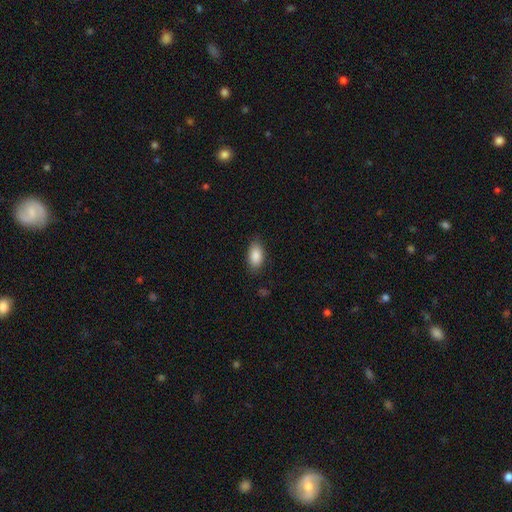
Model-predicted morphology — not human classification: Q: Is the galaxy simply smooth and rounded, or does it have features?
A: smooth — 88%.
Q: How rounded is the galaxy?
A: in between — 92%.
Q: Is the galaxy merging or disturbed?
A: none — 84%.